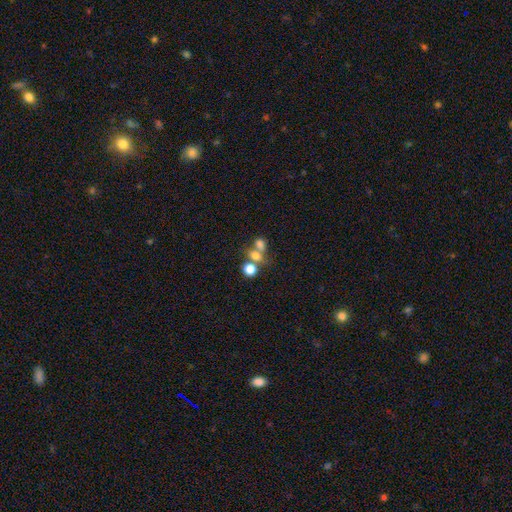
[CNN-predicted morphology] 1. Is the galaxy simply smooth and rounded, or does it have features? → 70% smooth, 16% star or artifact, 14% featured or disk.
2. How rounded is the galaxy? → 55% round, 43% in between, 2% cigar-shaped.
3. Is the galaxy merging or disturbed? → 52% merger, 33% none, 8% minor disturbance, 7% major disturbance.